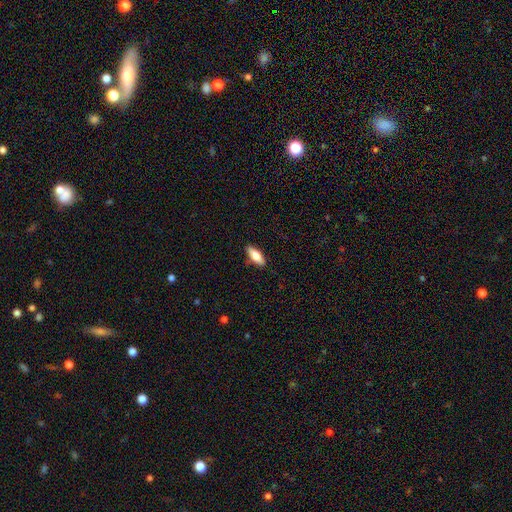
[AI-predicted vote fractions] smooth-or-featured: smooth: 73% | featured or disk: 21% | star or artifact: 6%
  how-rounded: in between: 70% | cigar-shaped: 28% | round: 2%
  merging: none: 87% | minor disturbance: 10% | major disturbance: 2% | merger: 1%